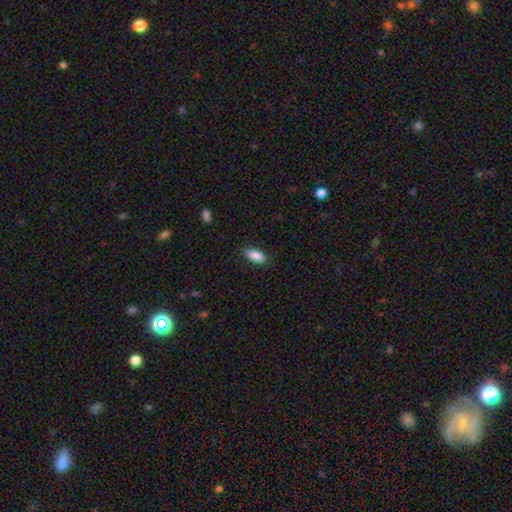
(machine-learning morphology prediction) smooth 88%, star or artifact 7%, featured or disk 5%. Down the decision tree: how rounded — in between (87%); merging — none (86%).